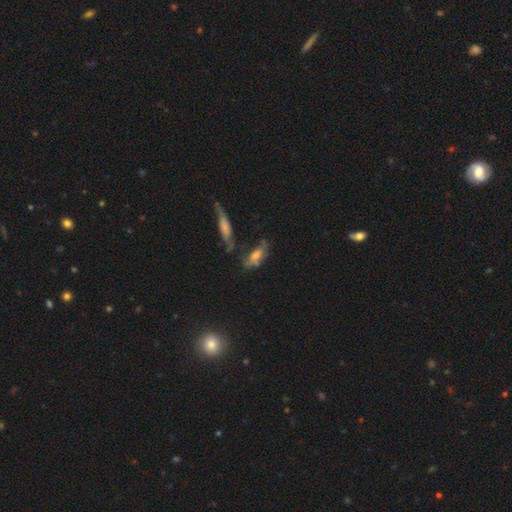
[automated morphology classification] Smooth or featured?
  - smooth: 46% *
  - featured or disk: 41%
  - star or artifact: 13%
Merging?
  - none: 39% *
  - minor disturbance: 25%
  - major disturbance: 21%
  - merger: 15%